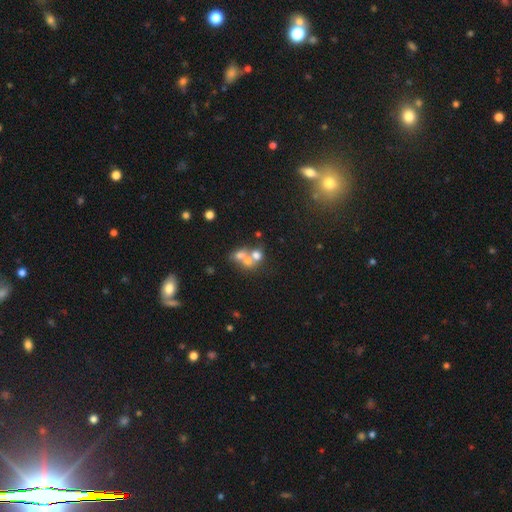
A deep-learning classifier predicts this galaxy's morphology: The model was most divided on "smooth or featured": smooth: 57%, featured or disk: 27%, star or artifact: 16%. More confident: how rounded — round (70%); merging — merger (60%).